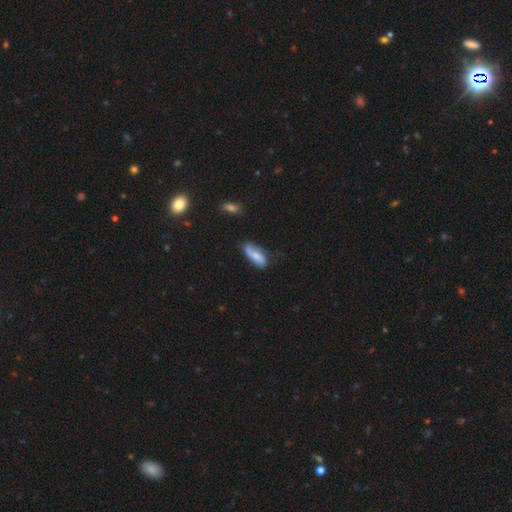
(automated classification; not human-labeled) The model was most divided on "merging": none: 58%, minor disturbance: 30%, major disturbance: 8%, merger: 4%. More confident: how rounded — in between (76%); smooth or featured — smooth (62%).